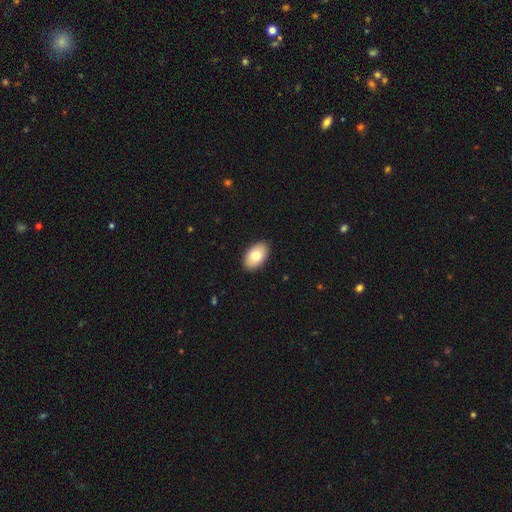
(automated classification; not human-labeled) The model was most divided on "smooth or featured": smooth: 77%, featured or disk: 16%, star or artifact: 7%. More confident: how rounded — in between (93%); merging — none (90%).